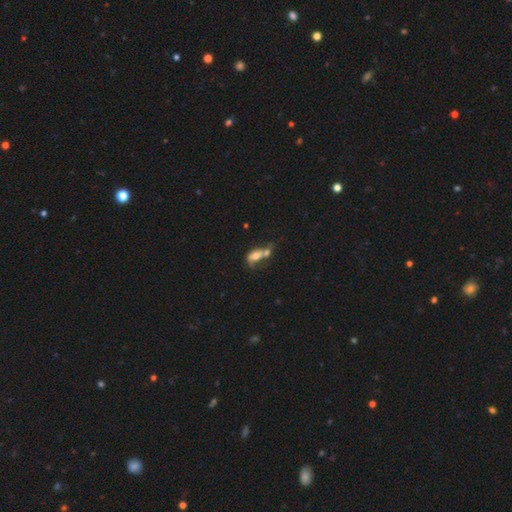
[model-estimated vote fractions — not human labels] Smooth or featured? Predicted: smooth (p=0.46). Merging? Predicted: merger (p=0.56).